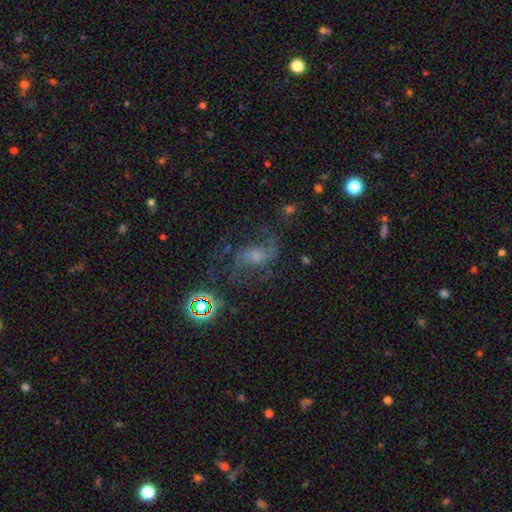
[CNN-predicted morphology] This appears to be a featured or disk galaxy (65%) with no bar (52%), 2 (74%) loose (55%) spiral arms (87%) and a small central bulge (40%). Merging: none (50%).